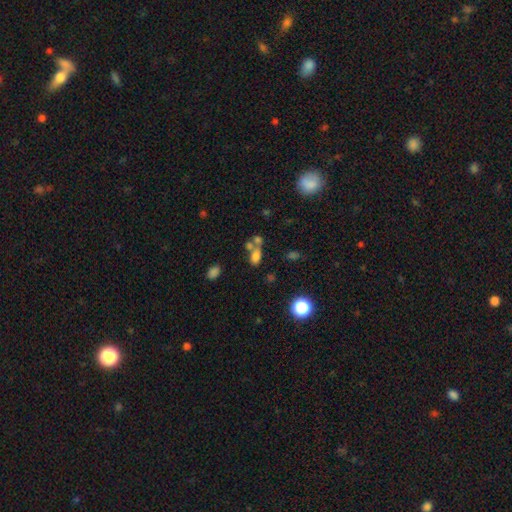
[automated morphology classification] smooth-or-featured: smooth: 70% | star or artifact: 17% | featured or disk: 13%
  how-rounded: in between: 80% | round: 16% | cigar-shaped: 4%
  merging: merger: 45% | none: 37% | minor disturbance: 11% | major disturbance: 7%